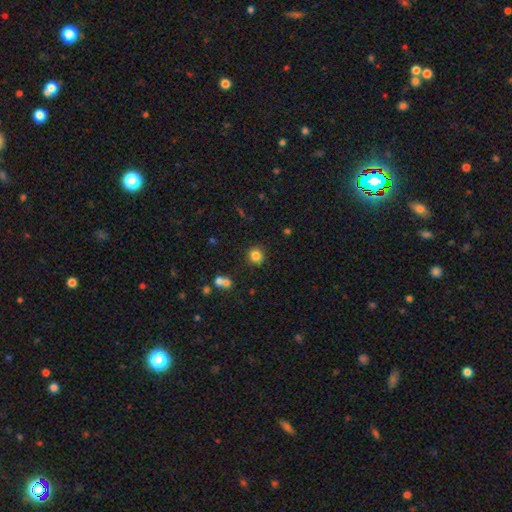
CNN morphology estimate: Overall: smooth (83%). How rounded: round (91%). Merging: none (88%).